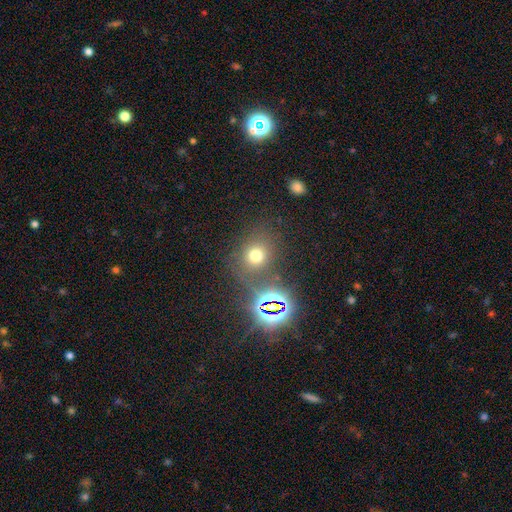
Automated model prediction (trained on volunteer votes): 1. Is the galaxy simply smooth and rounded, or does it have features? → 64% smooth, 27% star or artifact, 9% featured or disk.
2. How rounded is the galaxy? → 78% round, 21% in between, 1% cigar-shaped.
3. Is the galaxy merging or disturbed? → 73% none, 11% minor disturbance, 9% merger, 6% major disturbance.